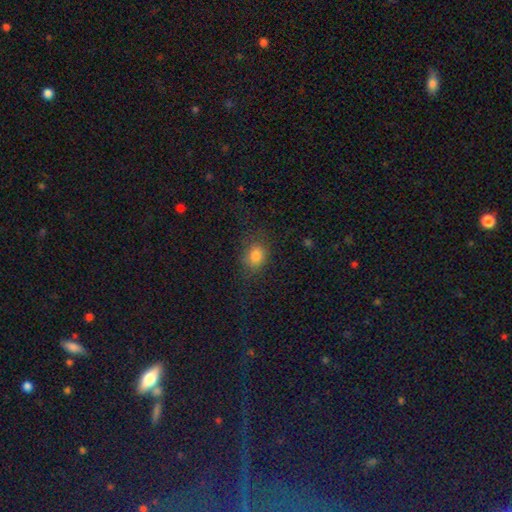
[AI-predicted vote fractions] Smooth or featured? Predicted: smooth (p=0.80). How rounded? Predicted: round (p=0.51). Merging? Predicted: none (p=0.73).